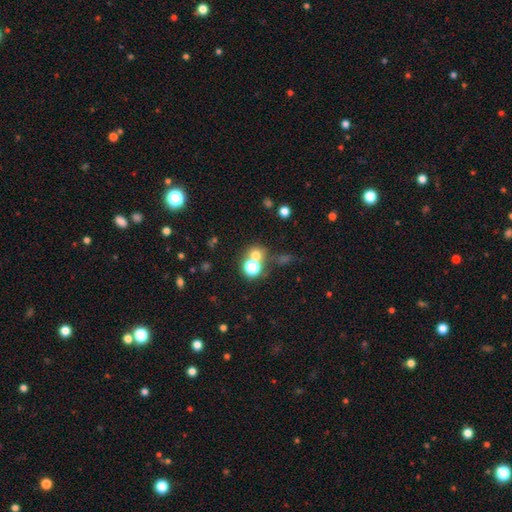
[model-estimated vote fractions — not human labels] Smooth or featured?
  - smooth: 62% *
  - star or artifact: 28%
  - featured or disk: 10%
How rounded?
  - round: 84% *
  - in between: 15%
  - cigar-shaped: 1%
Merging?
  - none: 57% *
  - merger: 30%
  - minor disturbance: 8%
  - major disturbance: 5%